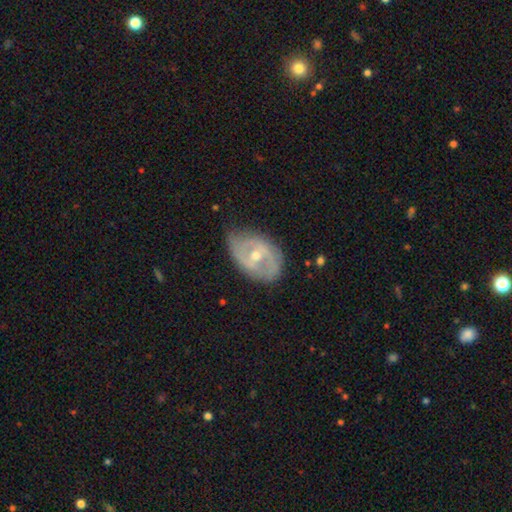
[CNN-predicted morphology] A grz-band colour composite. It shows a featured or disk galaxy (74%) with a weak bar (44%), spiral arms (68%) and a moderate central bulge (57%). Merging: none (65%).